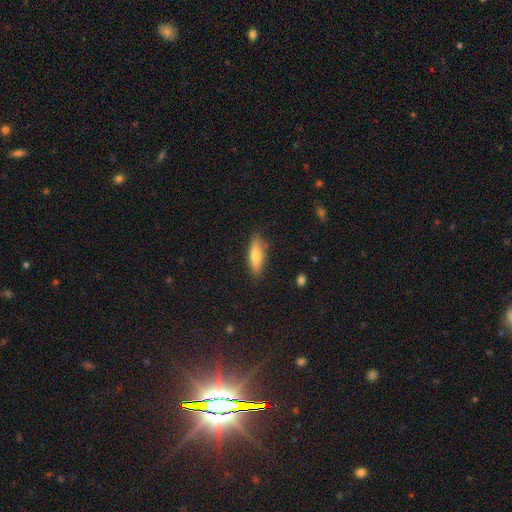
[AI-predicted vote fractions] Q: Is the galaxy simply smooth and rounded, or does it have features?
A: smooth — 69%.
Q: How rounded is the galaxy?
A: cigar-shaped — 52%.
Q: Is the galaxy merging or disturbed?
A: none — 84%.